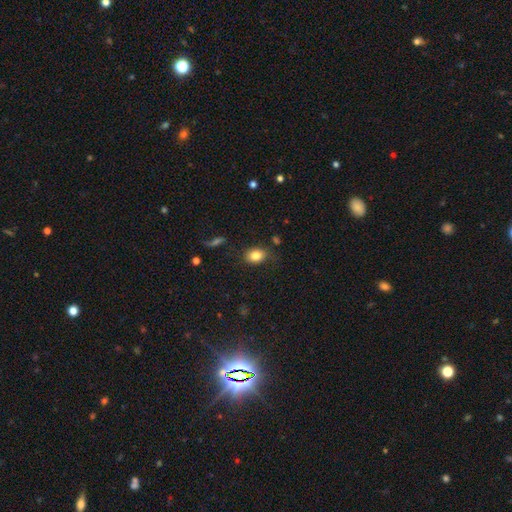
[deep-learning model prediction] This is clearly a smooth galaxy (82%). How rounded: likely in between (68%). Merging: likely none (75%).